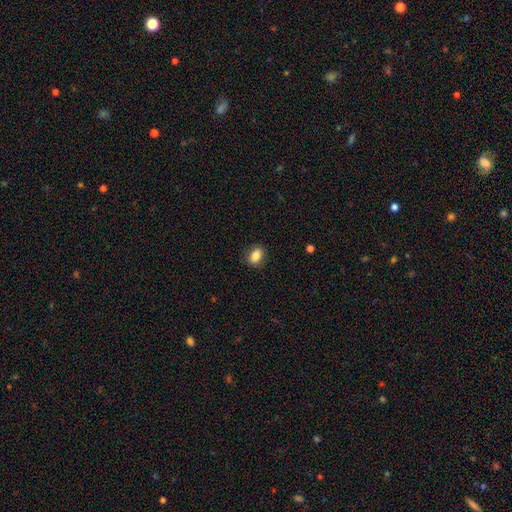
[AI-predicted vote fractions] A smooth galaxy with no disk features (87%) that is in between round and cigar-shaped (78%).

Vote fractions:
- Smooth or featured? smooth: 87% / star or artifact: 8% / featured or disk: 5%
- How rounded? in between: 78% / round: 21% / cigar-shaped: 2%
- Merging? none: 86% / minor disturbance: 10% / major disturbance: 3% / merger: 1%